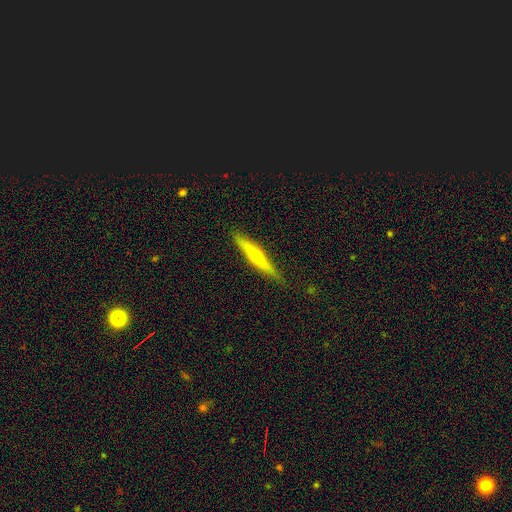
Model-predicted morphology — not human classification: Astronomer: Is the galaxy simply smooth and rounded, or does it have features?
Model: featured or disk — 57% (runner-up: smooth, 37%).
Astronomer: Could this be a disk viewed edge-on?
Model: yes — 96%.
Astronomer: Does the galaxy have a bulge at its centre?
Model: rounded — 82%.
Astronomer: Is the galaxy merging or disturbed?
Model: none — 86%.